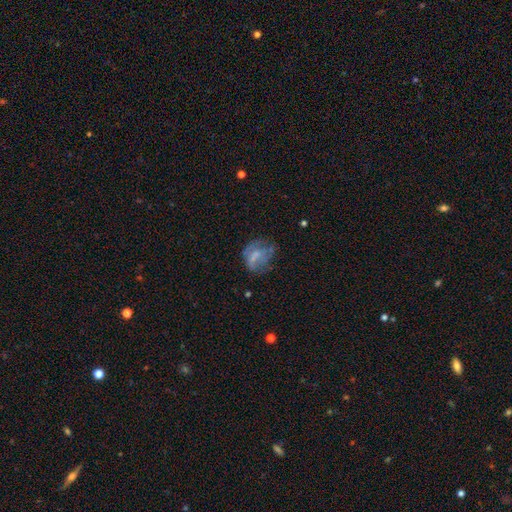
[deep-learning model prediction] Smooth or featured? Predicted: smooth (p=0.48). Merging? Predicted: none (p=0.42).